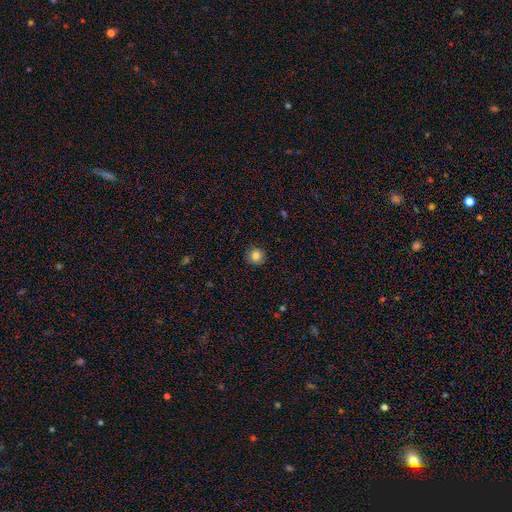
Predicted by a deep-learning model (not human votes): Overall: smooth (83%). How rounded: round (93%). Merging: none (89%).